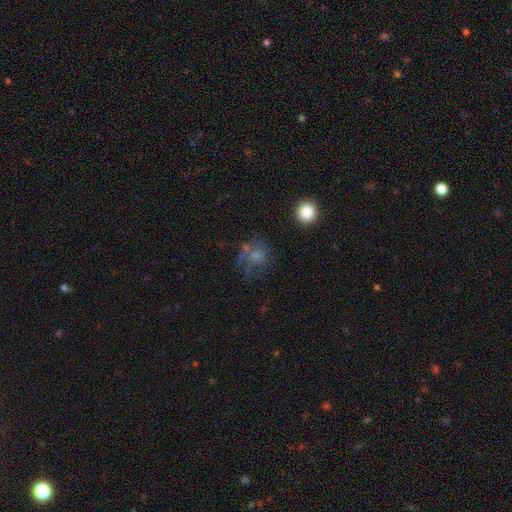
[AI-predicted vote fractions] Q: Smooth or featured?
A: featured or disk (40%); runner-up: smooth (36%)
Q: Merging?
A: none (53%); runner-up: major disturbance (22%)